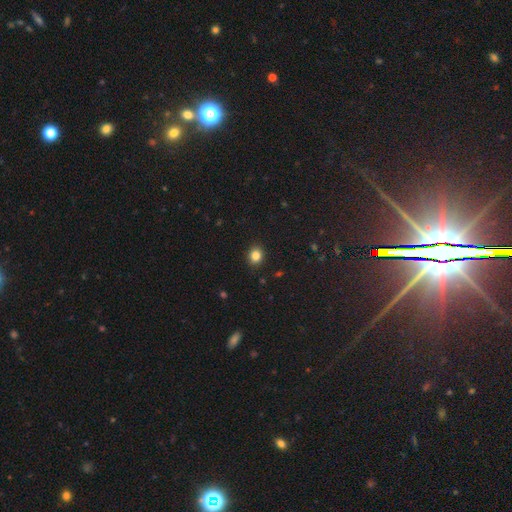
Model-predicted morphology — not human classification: Smooth or featured?
  - smooth: 84% *
  - star or artifact: 11%
  - featured or disk: 5%
How rounded?
  - round: 66% *
  - in between: 33%
  - cigar-shaped: 1%
Merging?
  - none: 90% *
  - minor disturbance: 7%
  - major disturbance: 2%
  - merger: 1%